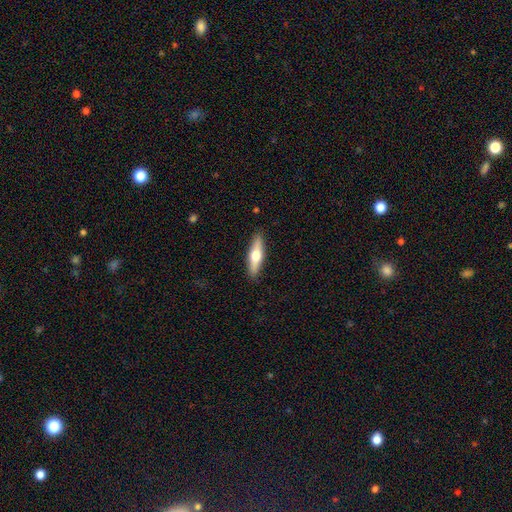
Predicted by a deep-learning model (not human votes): Q: Smooth or featured?
A: smooth (48%); runner-up: featured or disk (46%)
Q: Merging?
A: none (89%); runner-up: minor disturbance (8%)